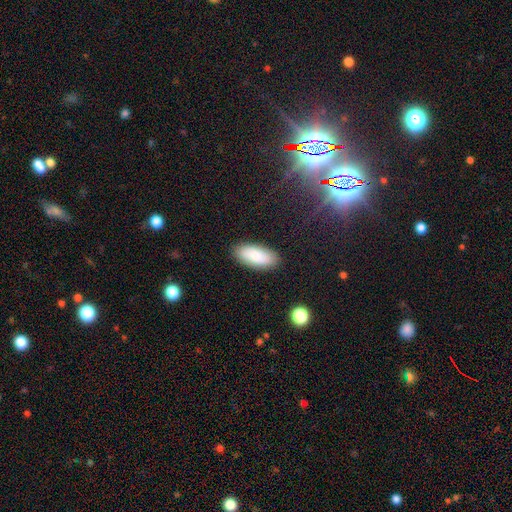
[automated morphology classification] Q: Smooth or featured?
A: smooth (82%); runner-up: featured or disk (12%)
Q: How rounded?
A: in between (87%); runner-up: cigar-shaped (11%)
Q: Merging?
A: none (87%); runner-up: minor disturbance (9%)